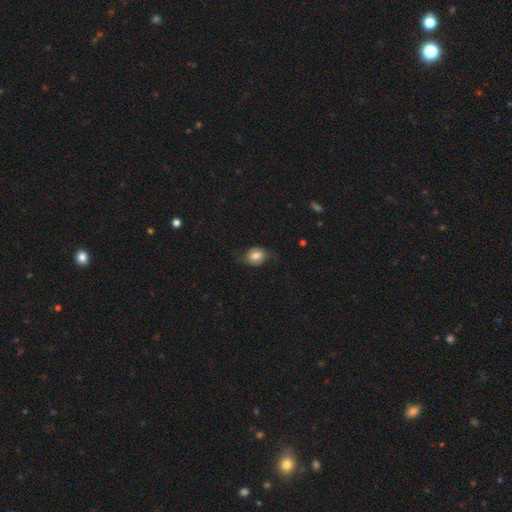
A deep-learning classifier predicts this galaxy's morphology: smooth_or_featured: smooth (p=0.69) [alt: featured or disk p=0.22]
how_rounded: round (p=0.55) [alt: in between p=0.44]
merging: none (p=0.64) [alt: minor disturbance p=0.24]